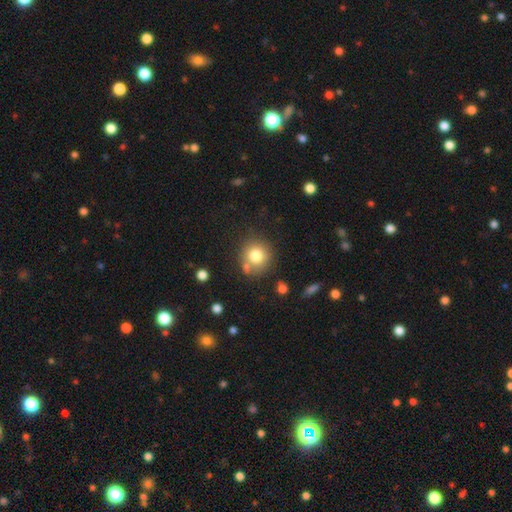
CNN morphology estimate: Smooth or featured: smooth — 79% (star or artifact — 11%)
How rounded: round — 90% (in between — 10%)
Merging: none — 71% (merger — 13%)